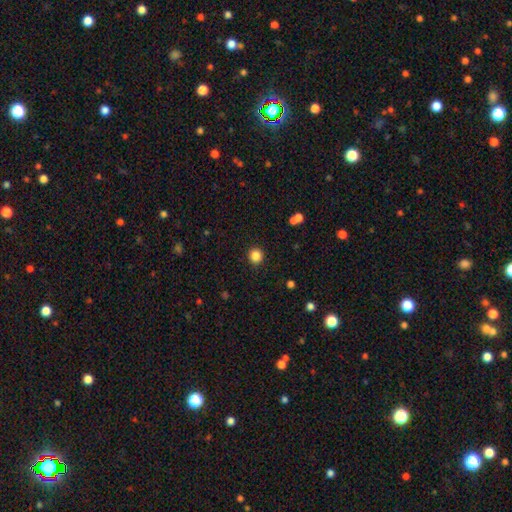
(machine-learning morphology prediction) The model was most divided on "smooth or featured": smooth: 85%, star or artifact: 11%, featured or disk: 4%. More confident: how rounded — round (92%); merging — none (91%).